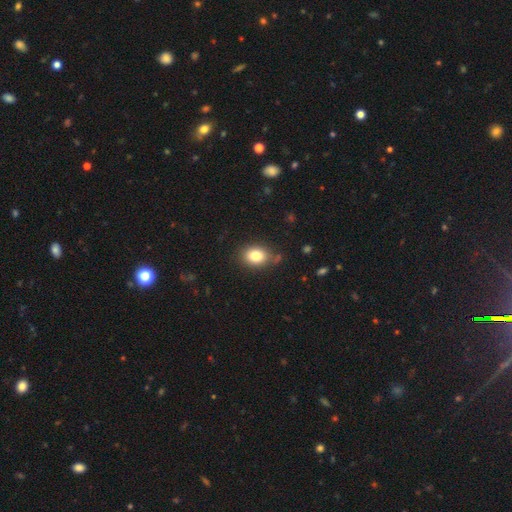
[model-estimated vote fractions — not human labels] smooth_or_featured: smooth (p=0.82) [alt: star or artifact p=0.10]
how_rounded: in between (p=0.63) [alt: round p=0.36]
merging: none (p=0.80) [alt: minor disturbance p=0.13]